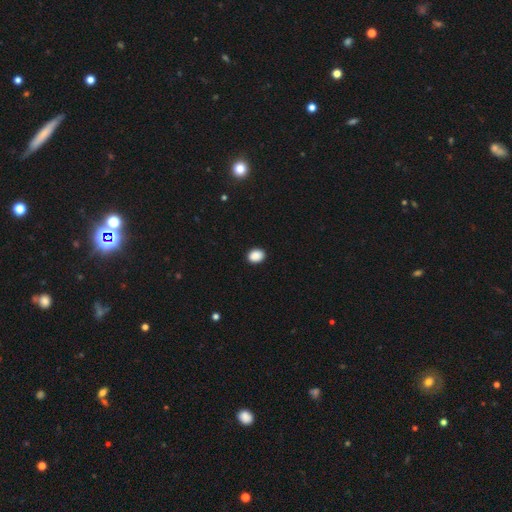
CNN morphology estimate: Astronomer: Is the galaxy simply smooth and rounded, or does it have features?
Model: smooth — 89%.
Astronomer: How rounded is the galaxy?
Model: in between — 56% (runner-up: round, 43%).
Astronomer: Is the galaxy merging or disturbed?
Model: none — 91%.